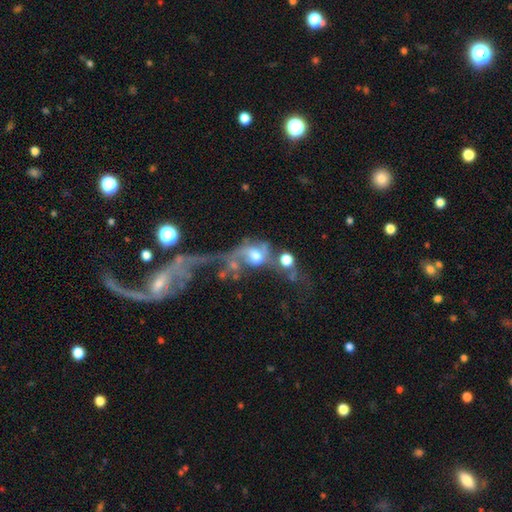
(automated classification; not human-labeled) A featured or disk galaxy (51%).

Vote fractions:
- Smooth or featured? featured or disk: 51% / smooth: 34% / star or artifact: 15%
- Edge-on disk? no: 93% / yes: 7%
- Merging? merger: 51% / major disturbance: 30% / none: 12% / minor disturbance: 7%